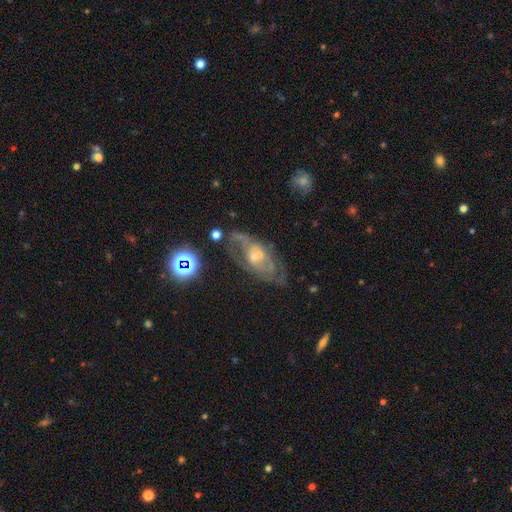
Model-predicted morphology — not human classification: smooth_or_featured: featured or disk (p=0.74) [alt: smooth p=0.14]
disk_edge_on: no (p=0.91) [alt: yes p=0.09]
bar: no (p=0.57) [alt: weak p=0.35]
has_spiral_arms: yes (p=0.79) [alt: no p=0.21]
spiral_winding: medium (p=0.41) [tied with: tight p=0.41]
spiral_arm_count: can't tell (p=0.42) [alt: 2 p=0.40]
bulge_size: small (p=0.55) [alt: moderate p=0.34]
merging: none (p=0.61) [alt: minor disturbance p=0.21]